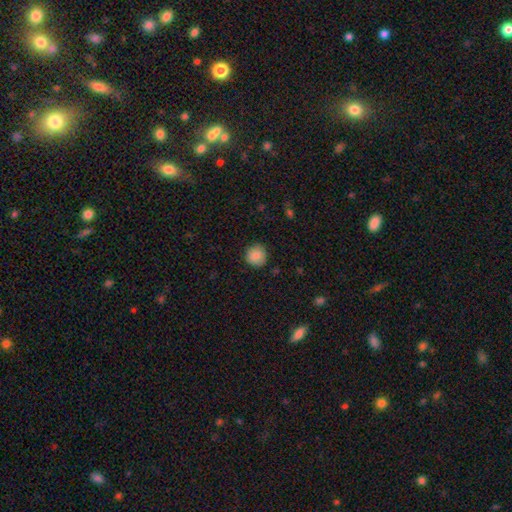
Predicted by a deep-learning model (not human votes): Q: Smooth or featured?
A: smooth (88%); runner-up: star or artifact (8%)
Q: How rounded?
A: round (93%); runner-up: in between (6%)
Q: Merging?
A: none (88%); runner-up: minor disturbance (9%)